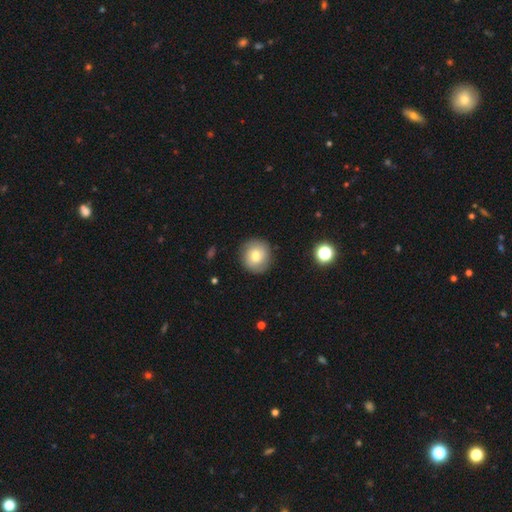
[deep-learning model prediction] A smooth galaxy with no disk features (66%) that is round (91%). Merging: none (87%).